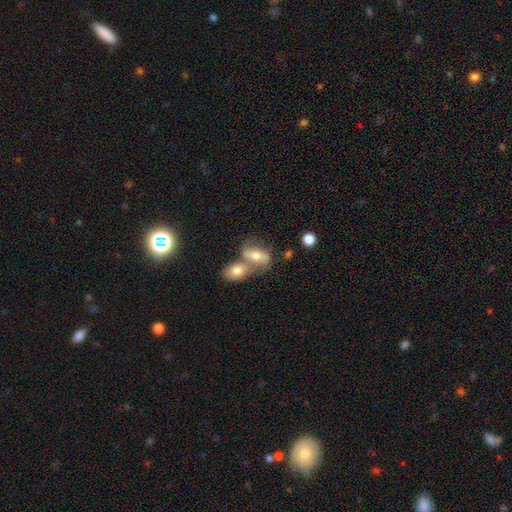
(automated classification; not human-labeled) Smooth or featured? Predicted: smooth (p=0.44). Merging? Predicted: none (p=0.46).